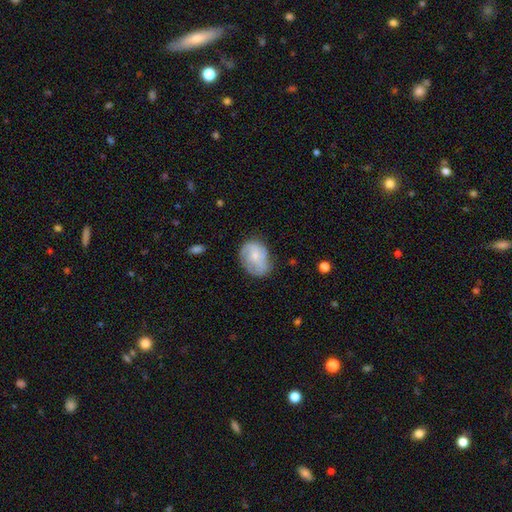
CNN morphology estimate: Smooth or featured: featured or disk — 57% (smooth — 36%)
Edge-on disk: no — 97% (yes — 3%)
Bar: no — 67% (weak — 29%)
Spiral arms: yes — 82% (no — 18%)
Bulge size: small — 63% (moderate — 28%)
Merging: none — 59% (minor disturbance — 28%)